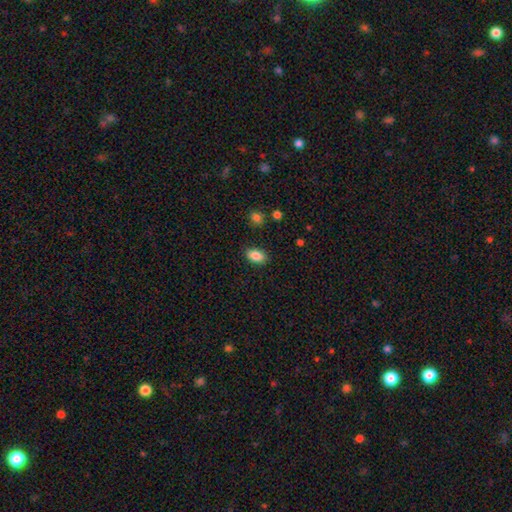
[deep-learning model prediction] Q: Smooth or featured?
A: smooth (86%); runner-up: star or artifact (8%)
Q: How rounded?
A: in between (90%); runner-up: round (7%)
Q: Merging?
A: none (86%); runner-up: minor disturbance (9%)